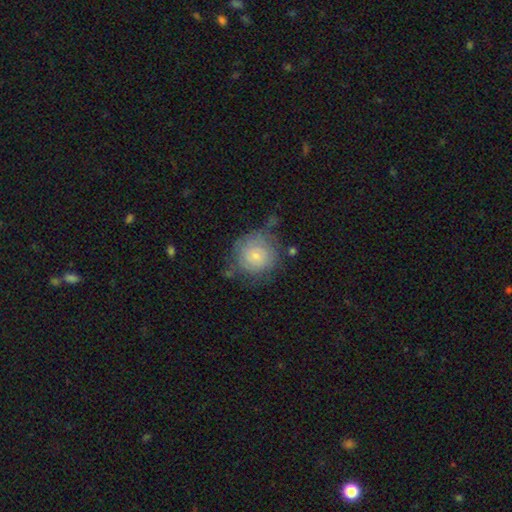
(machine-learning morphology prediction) This appears to be a smooth galaxy with no disk features (53%) that is round (90%). Merging: none (56%).